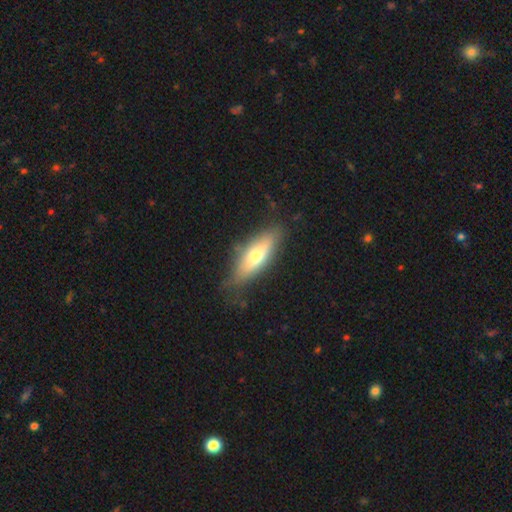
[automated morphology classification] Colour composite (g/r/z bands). It shows a smooth galaxy with no disk features (57%) that is in between round and cigar-shaped (52%). Merging: none (77%).